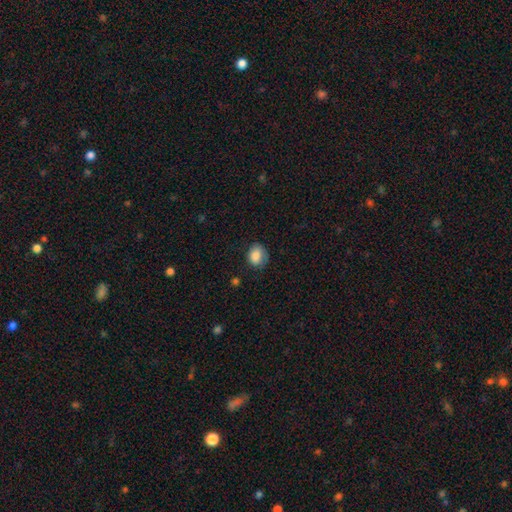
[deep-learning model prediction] Smooth or featured? smooth (85%)
How rounded? in between (51%)
Merging? none (68%)